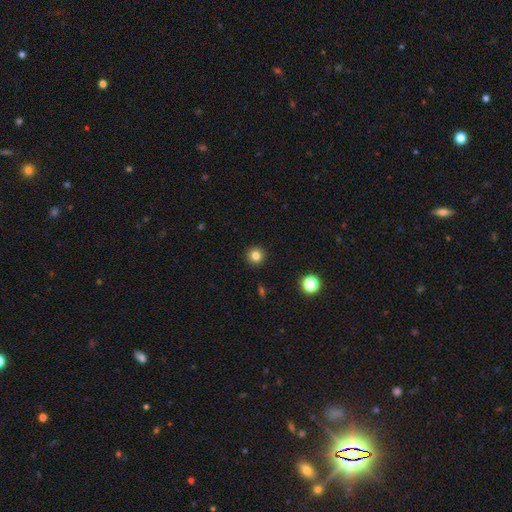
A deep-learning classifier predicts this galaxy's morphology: Q: Smooth or featured?
A: smooth (82%); runner-up: star or artifact (12%)
Q: How rounded?
A: round (95%); runner-up: in between (4%)
Q: Merging?
A: none (93%); runner-up: minor disturbance (4%)